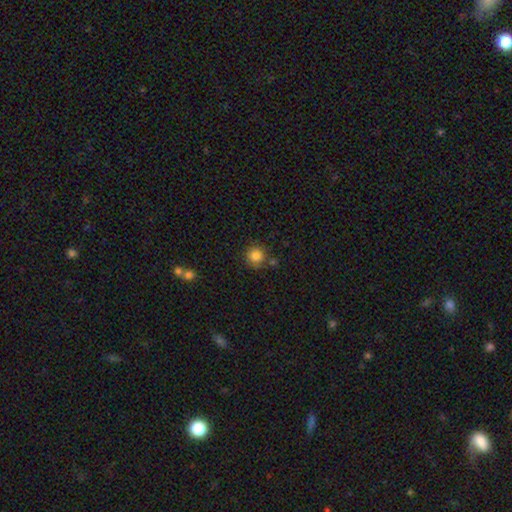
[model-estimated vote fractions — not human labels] smooth_or_featured: smooth (p=0.84) [alt: star or artifact p=0.11]
how_rounded: round (p=0.93) [alt: in between p=0.06]
merging: none (p=0.78) [alt: minor disturbance p=0.10]